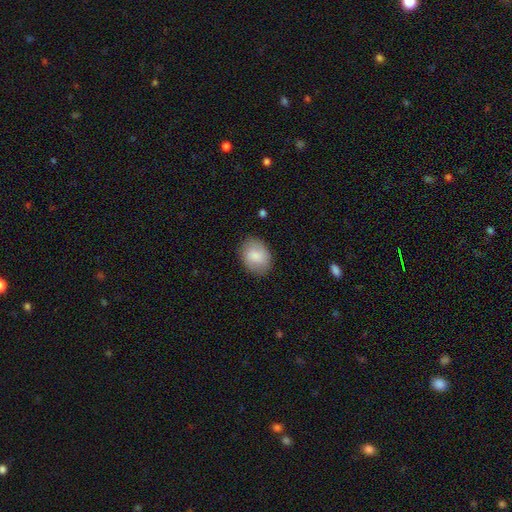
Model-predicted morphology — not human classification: This appears to be a smooth galaxy with no disk features (79%) that is in between round and cigar-shaped (68%). Merging: none (83%).